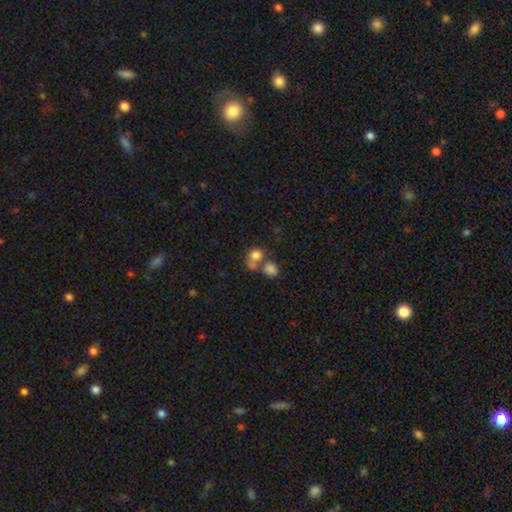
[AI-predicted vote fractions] Smooth or featured? Predicted: smooth (p=0.76). How rounded? Predicted: round (p=0.71). Merging? Predicted: merger (p=0.54).